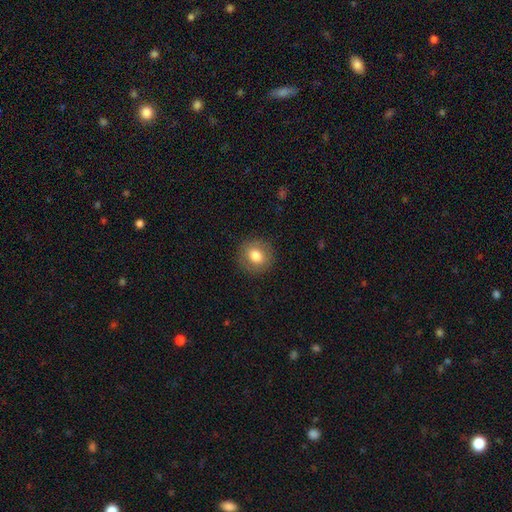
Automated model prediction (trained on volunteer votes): Morphology: type=smooth (79%); roundness=round (85%); merging=none (89%).